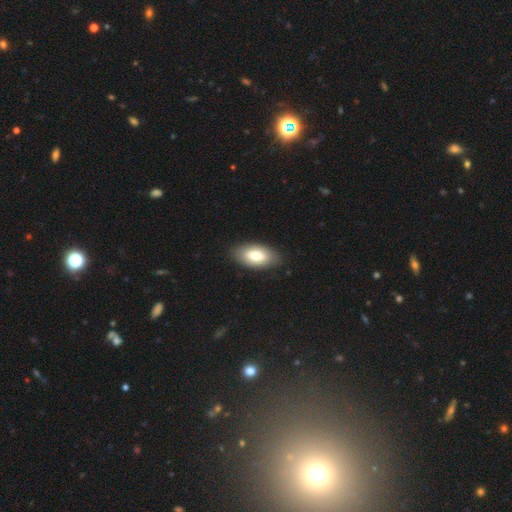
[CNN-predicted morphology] type=smooth (77%); roundness=in between (93%); merging=none (87%).